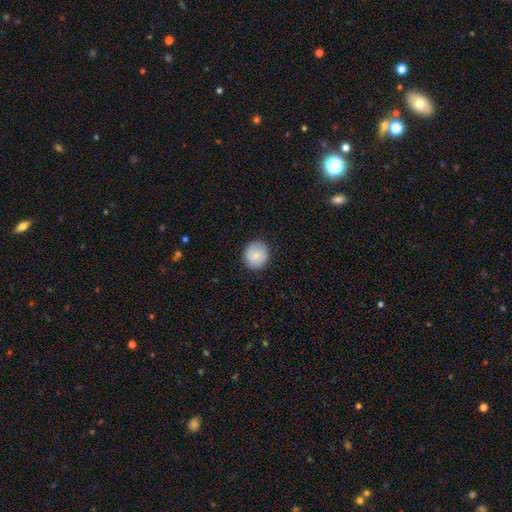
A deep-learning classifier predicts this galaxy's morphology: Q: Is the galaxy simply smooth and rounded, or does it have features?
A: smooth — 79%.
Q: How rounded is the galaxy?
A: round — 88%.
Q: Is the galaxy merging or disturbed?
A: none — 86%.